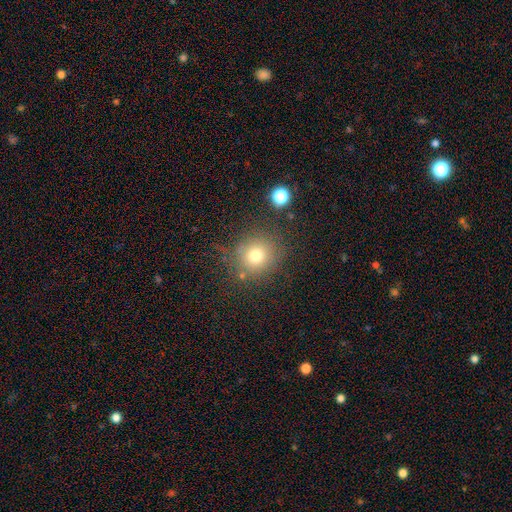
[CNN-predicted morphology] smooth_or_featured: smooth (p=0.74) [alt: star or artifact p=0.15]
how_rounded: round (p=0.89) [alt: in between p=0.10]
merging: none (p=0.77) [alt: minor disturbance p=0.13]